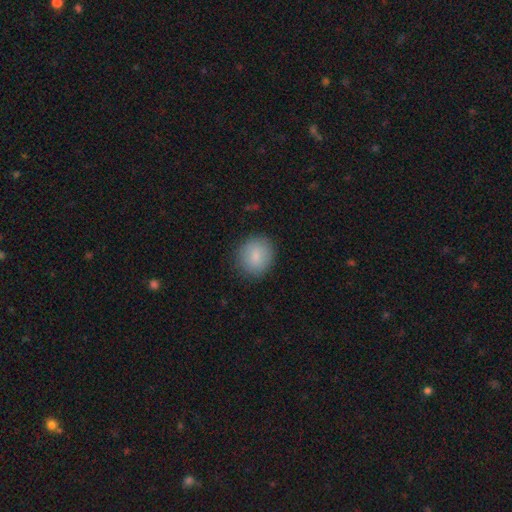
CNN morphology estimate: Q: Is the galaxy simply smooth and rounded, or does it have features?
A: smooth — 85%.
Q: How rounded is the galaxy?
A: round — 77%.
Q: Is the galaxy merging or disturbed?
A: none — 86%.